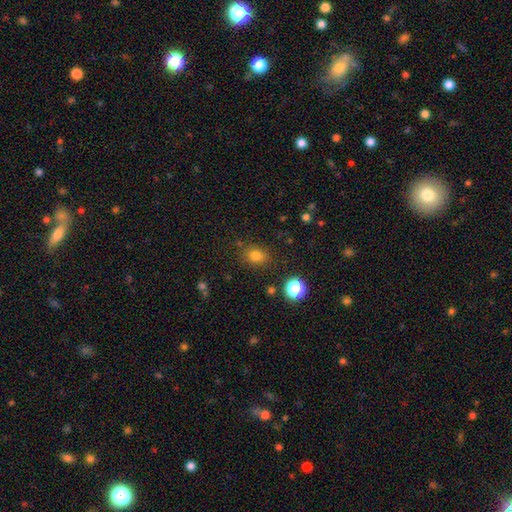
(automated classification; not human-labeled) A smooth galaxy with no disk features (78%) that is round (53%). Merging: none (80%).